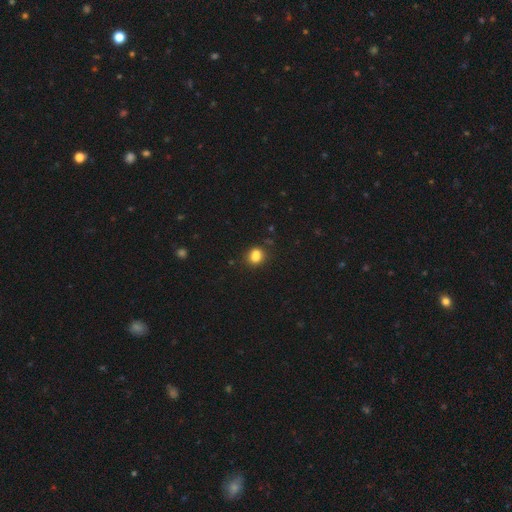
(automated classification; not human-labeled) A smooth galaxy with no disk features (81%) that is round (57%). Merging: none (63%).